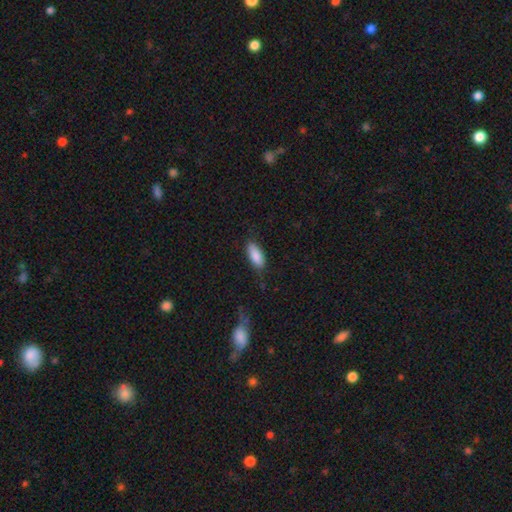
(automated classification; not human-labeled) Smooth or featured? smooth (87%)
How rounded? in between (82%)
Merging? none (76%)